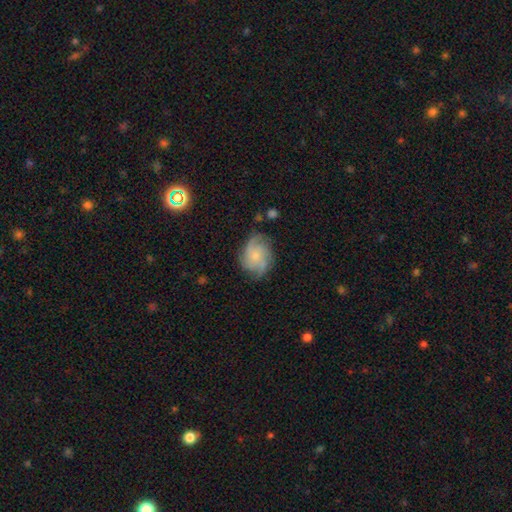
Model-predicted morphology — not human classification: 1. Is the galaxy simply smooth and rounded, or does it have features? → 64% featured or disk, 27% smooth, 9% star or artifact.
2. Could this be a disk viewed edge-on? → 98% no, 2% yes.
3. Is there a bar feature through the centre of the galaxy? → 76% no, 22% weak, 2% strong.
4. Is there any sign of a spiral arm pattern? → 92% yes, 8% no.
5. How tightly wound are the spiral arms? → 43% medium, 35% tight, 22% loose.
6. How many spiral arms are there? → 34% 3, 23% can't tell, 19% 4, 13% 2, 6% more than 4, 6% 1.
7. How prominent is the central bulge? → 53% small, 29% moderate, 13% none, 3% large, 1% dominant.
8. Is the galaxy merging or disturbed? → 70% none, 20% minor disturbance, 8% major disturbance, 2% merger.